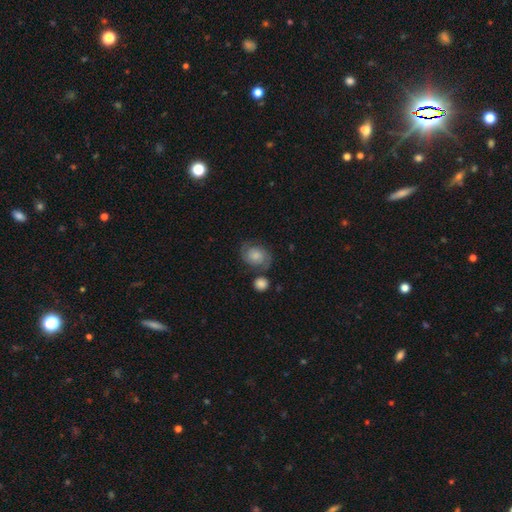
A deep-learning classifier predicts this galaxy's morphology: Smooth or featured? Predicted: featured or disk (p=0.63). Edge-on disk? Predicted: no (p=0.97). Bar? Predicted: no (p=0.75). Spiral arms? Predicted: yes (p=0.91). Spiral winding? Predicted: medium (p=0.44). Spiral arm count? Predicted: 2 (p=0.87). Bulge size? Predicted: moderate (p=0.35). Merging? Predicted: none (p=0.66).